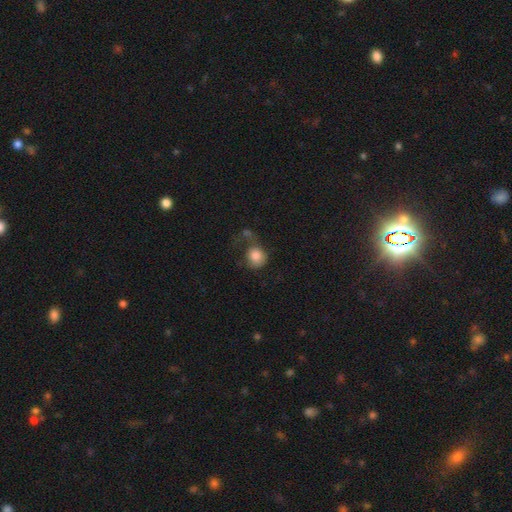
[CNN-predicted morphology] smooth_or_featured: smooth (p=0.81) [alt: featured or disk p=0.11]
how_rounded: round (p=0.79) [alt: in between p=0.20]
merging: none (p=0.38) [alt: major disturbance p=0.27]